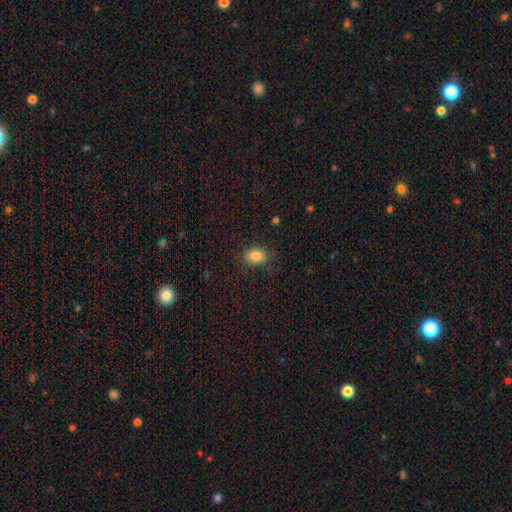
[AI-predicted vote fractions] The model was most divided on "how rounded": in between: 80%, round: 18%, cigar-shaped: 1%. More confident: smooth or featured — smooth (84%); merging — none (83%).